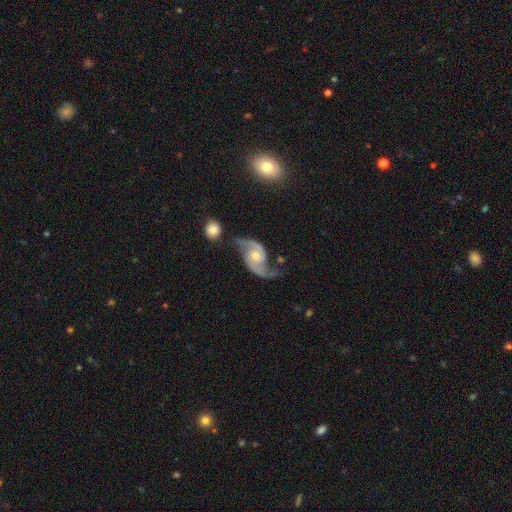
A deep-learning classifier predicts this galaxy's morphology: smooth-or-featured: featured or disk: 91% | smooth: 5% | star or artifact: 4%
  disk-edge-on: no: 97% | yes: 3%
    bar: no: 61% | weak: 31% | strong: 8%
    has-spiral-arms: yes: 97% | no: 3%
      spiral-winding: loose: 48% | medium: 42% | tight: 11%
      spiral-arm-count: 2: 94% | can't tell: 2% | 1: 2% | 3: 1% | 4: 1% | more than 4: 1%
    bulge-size: moderate: 59% | small: 36% | large: 3% | none: 1% | dominant: 1%
  merging: none: 63% | minor disturbance: 20% | major disturbance: 11% | merger: 6%